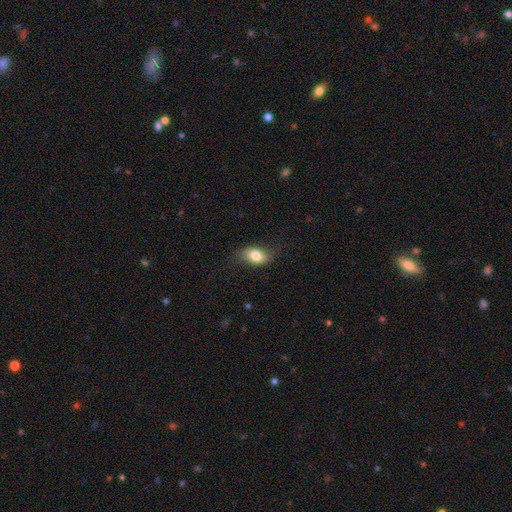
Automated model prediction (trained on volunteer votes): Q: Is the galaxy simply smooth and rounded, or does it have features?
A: smooth — 76%.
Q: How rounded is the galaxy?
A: in between — 85%.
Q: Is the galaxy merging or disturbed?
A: none — 73%.